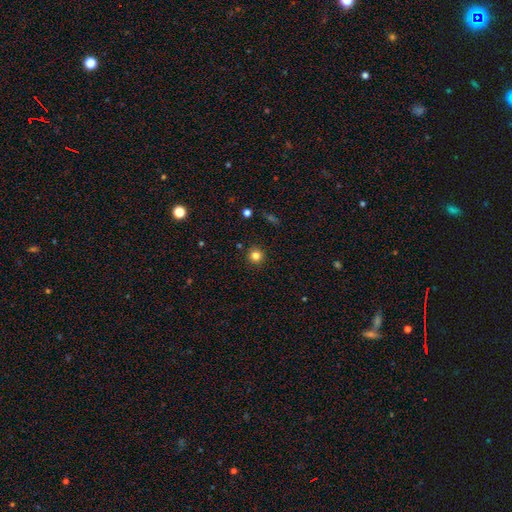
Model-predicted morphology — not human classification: The model was most divided on "smooth or featured": smooth: 82%, star or artifact: 13%, featured or disk: 5%. More confident: how rounded — round (94%); merging — none (91%).